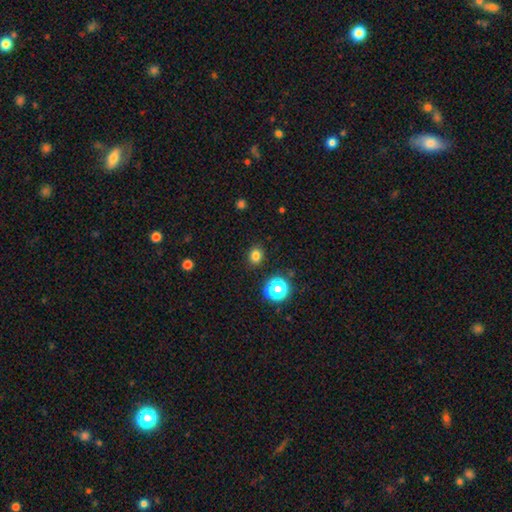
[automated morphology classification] A smooth galaxy with no disk features (79%) that is round (65%). Merging: none (89%).